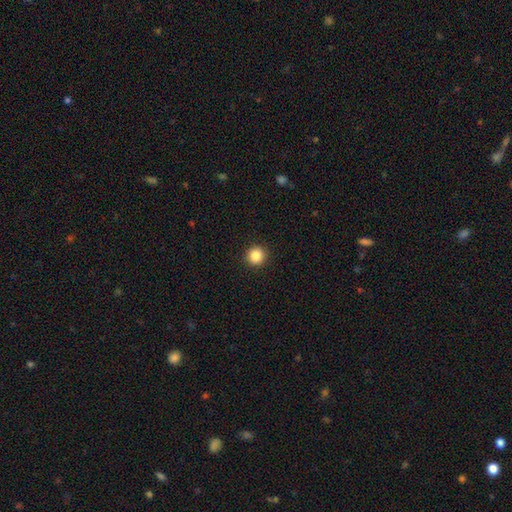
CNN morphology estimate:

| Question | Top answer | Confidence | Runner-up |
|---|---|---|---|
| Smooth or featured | smooth | 86% | star or artifact (10%) |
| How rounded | round | 95% | in between (4%) |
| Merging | none | 93% | minor disturbance (4%) |